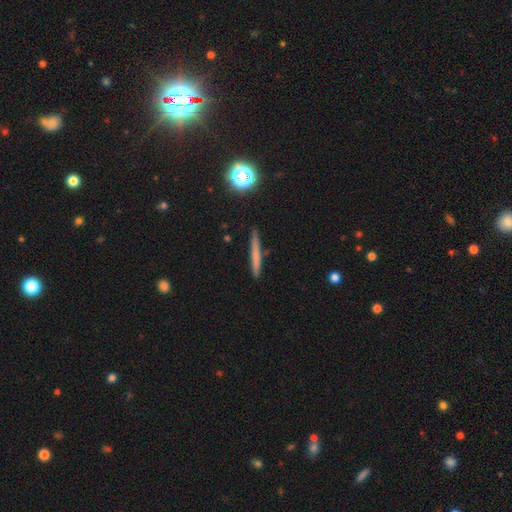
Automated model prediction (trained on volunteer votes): smooth-or-featured: smooth: 60% | featured or disk: 31% | star or artifact: 9%
  how-rounded: cigar-shaped: 95% | in between: 3% | round: 3%
  merging: none: 89% | minor disturbance: 8% | major disturbance: 2% | merger: 2%